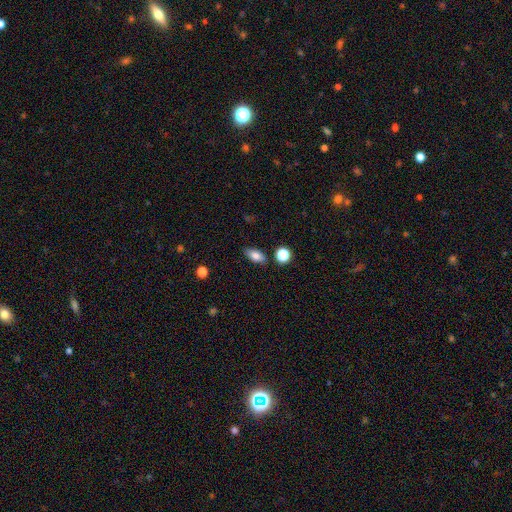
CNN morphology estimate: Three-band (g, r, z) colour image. It shows a smooth galaxy with no disk features (80%) that is in between round and cigar-shaped (84%). Merging: none (84%).